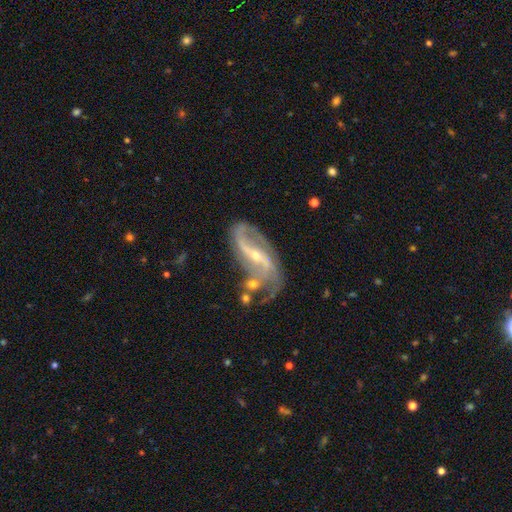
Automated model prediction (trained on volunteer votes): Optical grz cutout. It shows a featured or disk galaxy (89%) with a strong bar (50%), 2 (83%) loose (52%) spiral arms (95%) and a small central bulge (71%). Merging: none (53%).